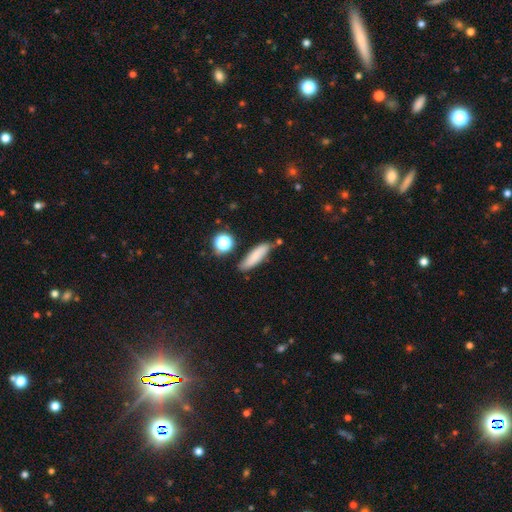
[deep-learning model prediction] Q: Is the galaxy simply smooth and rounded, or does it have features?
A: smooth — 77%.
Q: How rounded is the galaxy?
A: cigar-shaped — 61%.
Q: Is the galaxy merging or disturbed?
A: none — 72%.